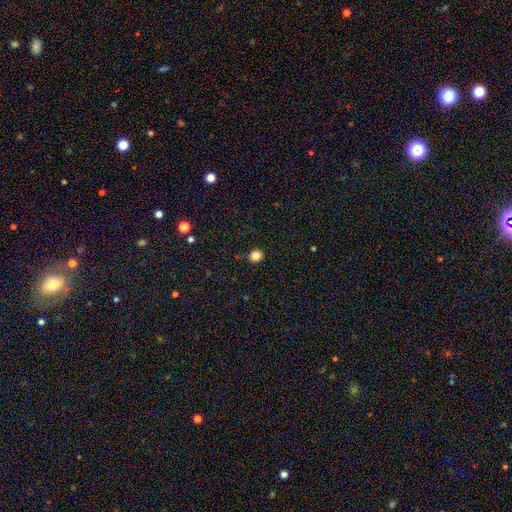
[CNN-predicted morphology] Smooth or featured? Predicted: smooth (p=0.84). How rounded? Predicted: round (p=0.85). Merging? Predicted: none (p=0.87).